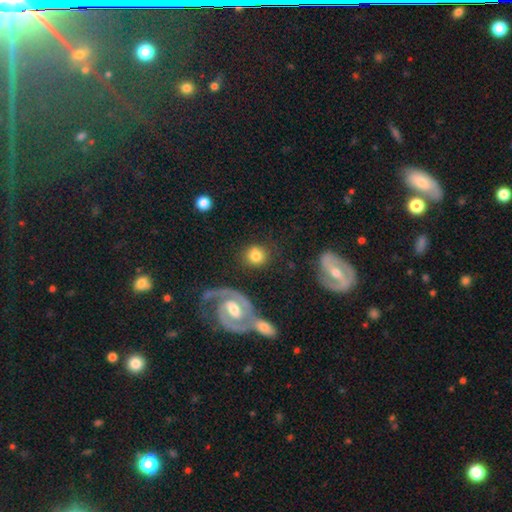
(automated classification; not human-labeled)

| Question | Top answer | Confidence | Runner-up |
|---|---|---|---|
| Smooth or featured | smooth | 71% | featured or disk (21%) |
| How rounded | round | 83% | in between (15%) |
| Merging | none | 71% | minor disturbance (12%) |